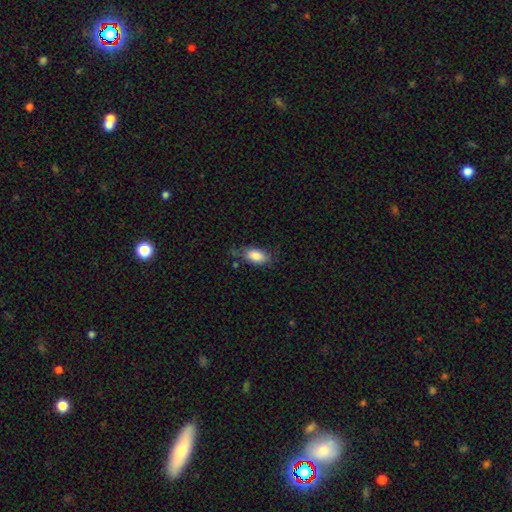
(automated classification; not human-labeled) The model was most divided on "merging": none: 65%, minor disturbance: 25%, major disturbance: 7%, merger: 3%. More confident: how rounded — in between (91%); smooth or featured — smooth (85%).